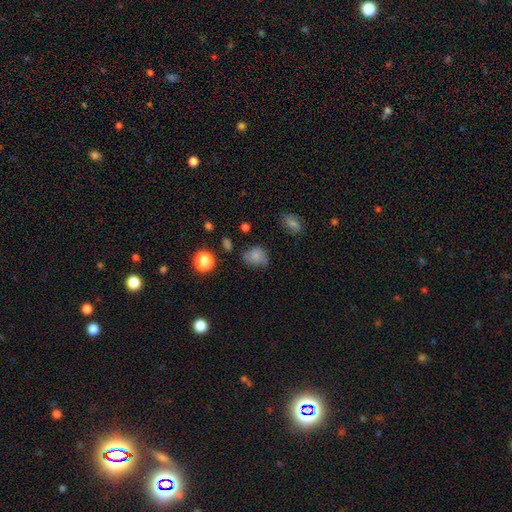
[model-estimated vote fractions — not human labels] This appears to be a smooth galaxy with no disk features (68%) that is round (53%). Merging: none (57%).